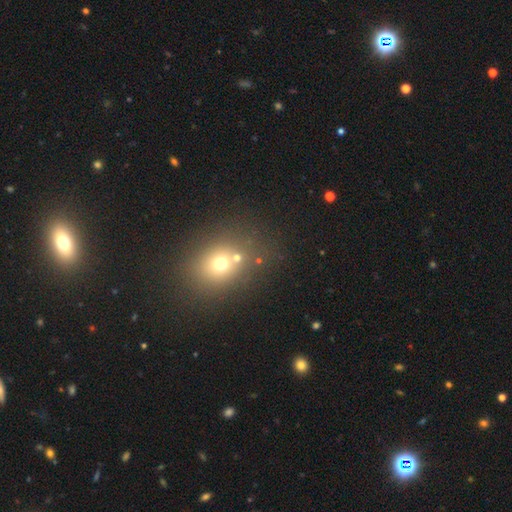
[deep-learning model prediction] The model was most divided on "how rounded": round: 61%, in between: 38%, cigar-shaped: 2%. More confident: merging — none (60%); smooth or featured — smooth (55%).